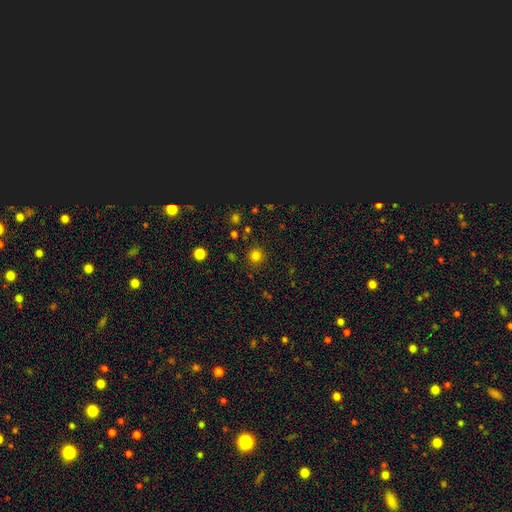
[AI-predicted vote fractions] A smooth galaxy with no disk features (79%) that is round (94%). Merging: none (89%).